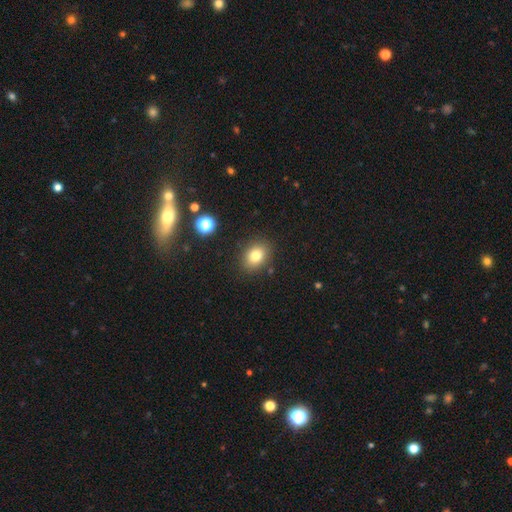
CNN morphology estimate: smooth 80%, star or artifact 11%, featured or disk 9%. Down the decision tree: how rounded — in between (63%); merging — none (85%).